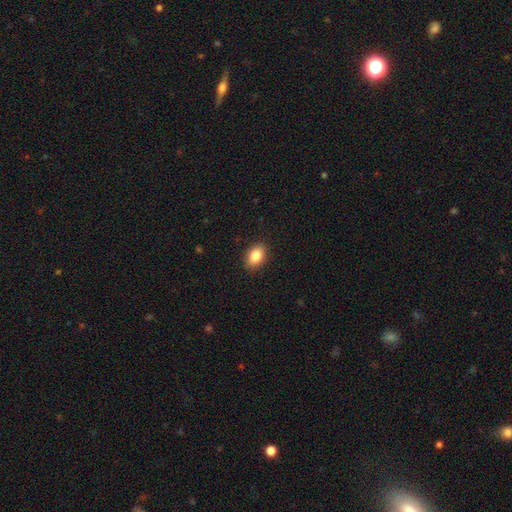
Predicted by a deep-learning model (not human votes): The model was most divided on "how rounded": in between: 85%, round: 13%, cigar-shaped: 2%. More confident: merging — none (88%); smooth or featured — smooth (85%).